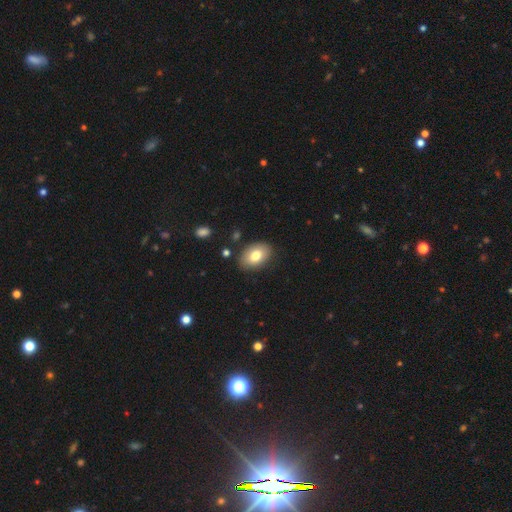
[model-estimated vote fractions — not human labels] Morphology: type=smooth (79%); roundness=in between (85%); merging=none (85%).